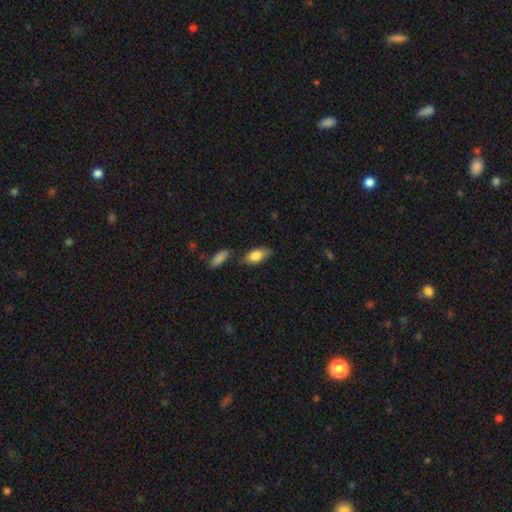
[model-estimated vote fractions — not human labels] Q: Smooth or featured?
A: smooth (81%); runner-up: featured or disk (13%)
Q: How rounded?
A: in between (88%); runner-up: cigar-shaped (8%)
Q: Merging?
A: none (71%); runner-up: minor disturbance (17%)